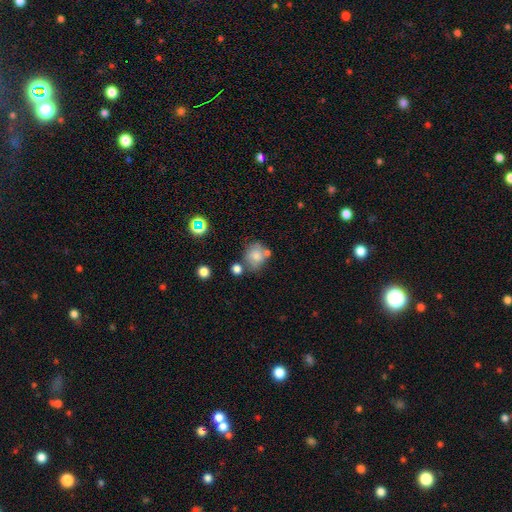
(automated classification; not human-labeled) Smooth or featured: smooth — 68% (featured or disk — 21%)
How rounded: round — 68% (in between — 31%)
Merging: none — 49% (merger — 21%)